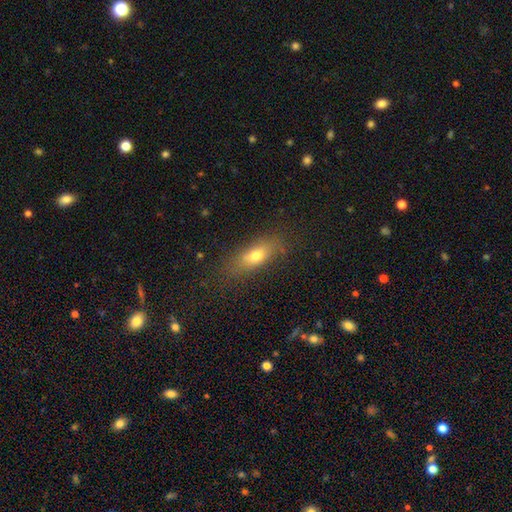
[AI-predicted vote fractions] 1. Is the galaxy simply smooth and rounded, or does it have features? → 71% smooth, 19% featured or disk, 10% star or artifact.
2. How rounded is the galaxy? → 67% in between, 28% cigar-shaped, 5% round.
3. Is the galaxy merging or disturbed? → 76% none, 16% minor disturbance, 6% major disturbance, 2% merger.